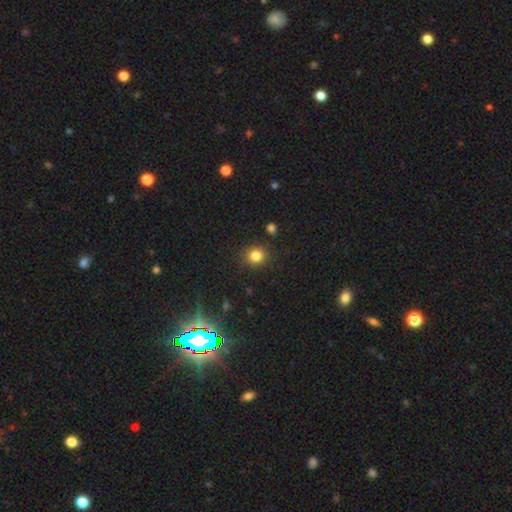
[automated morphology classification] Smooth or featured? Predicted: smooth (p=0.82). How rounded? Predicted: round (p=0.87). Merging? Predicted: none (p=0.89).